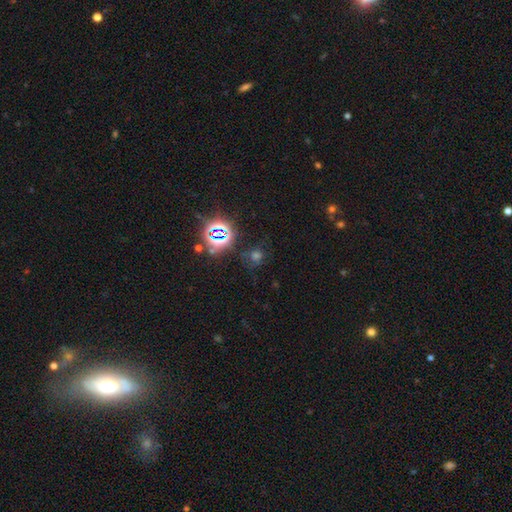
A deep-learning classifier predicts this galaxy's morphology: Q: Smooth or featured?
A: star or artifact (55%); runner-up: smooth (36%)